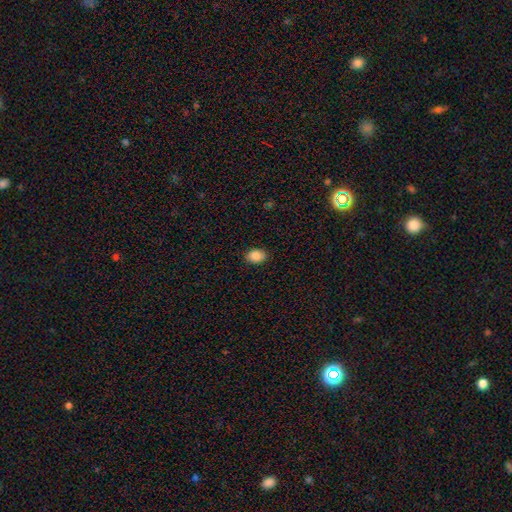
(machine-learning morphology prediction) smooth-or-featured: smooth: 89% | star or artifact: 8% | featured or disk: 3%
  how-rounded: in between: 76% | round: 23% | cigar-shaped: 1%
  merging: none: 88% | minor disturbance: 9% | major disturbance: 2% | merger: 1%